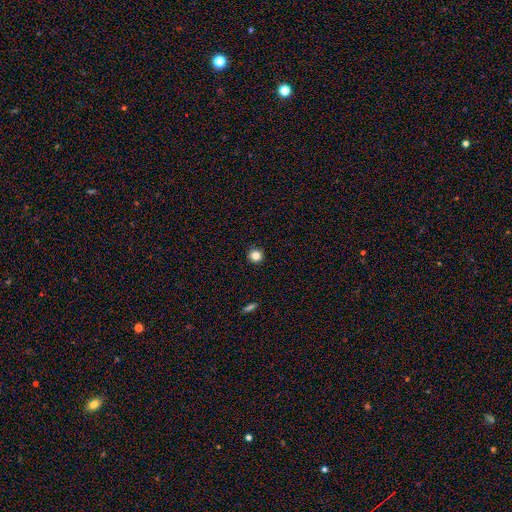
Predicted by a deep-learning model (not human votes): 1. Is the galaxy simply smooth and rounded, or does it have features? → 83% smooth, 12% star or artifact, 5% featured or disk.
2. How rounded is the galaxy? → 95% round, 4% in between, 1% cigar-shaped.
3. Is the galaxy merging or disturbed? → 93% none, 5% minor disturbance, 2% major disturbance, 1% merger.